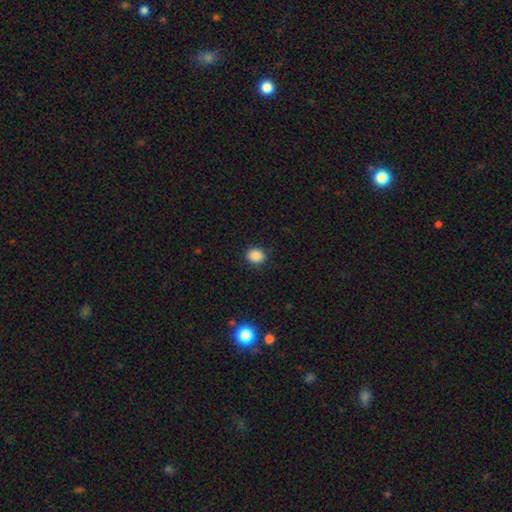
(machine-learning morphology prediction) This appears to be a smooth galaxy with no disk features (87%) that is round (60%). Merging: none (89%).